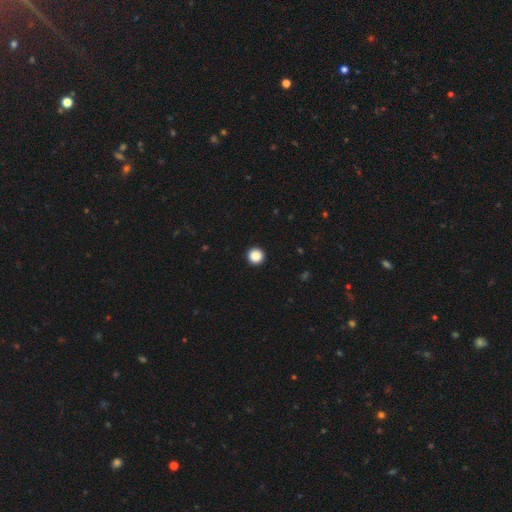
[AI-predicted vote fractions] Overall: smooth (88%). How rounded: round (96%). Merging: none (94%).